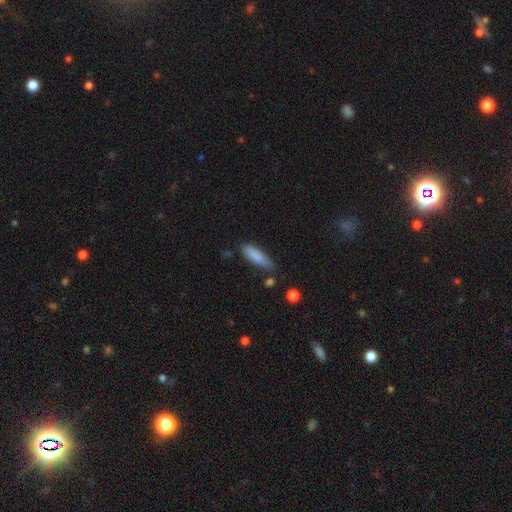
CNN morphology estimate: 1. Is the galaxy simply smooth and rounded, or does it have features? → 85% smooth, 9% featured or disk, 7% star or artifact.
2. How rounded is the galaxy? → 59% cigar-shaped, 40% in between, 2% round.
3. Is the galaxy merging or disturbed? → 63% none, 27% minor disturbance, 6% major disturbance, 4% merger.